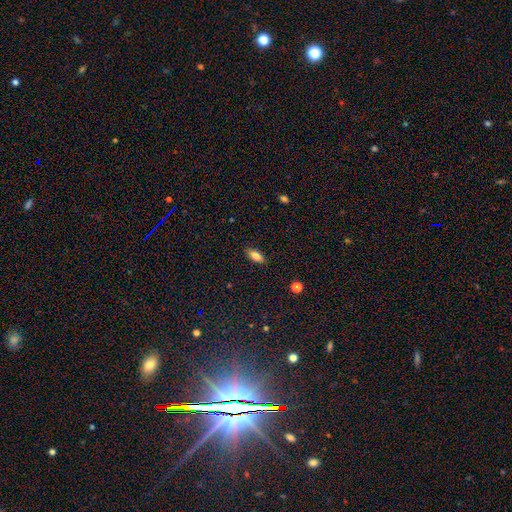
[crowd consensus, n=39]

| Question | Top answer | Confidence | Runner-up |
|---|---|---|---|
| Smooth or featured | smooth | 87% | featured or disk (10%) |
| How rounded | in between | 85% | cigar-shaped (15%) |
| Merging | none | 92% | minor disturbance (8%) |